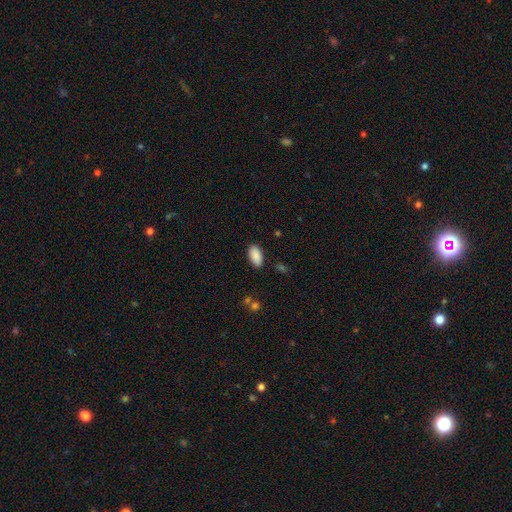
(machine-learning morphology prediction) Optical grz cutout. It shows a smooth galaxy with no disk features (89%) that is in between round and cigar-shaped (94%). Merging: none (87%).